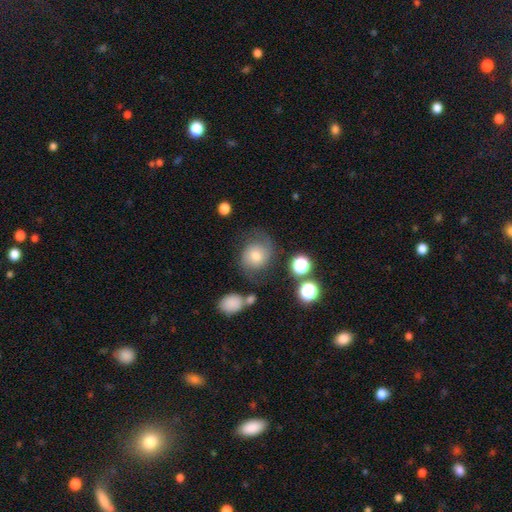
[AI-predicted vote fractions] smooth_or_featured: smooth (p=0.46) [alt: featured or disk p=0.42]
merging: none (p=0.60) [alt: minor disturbance p=0.21]